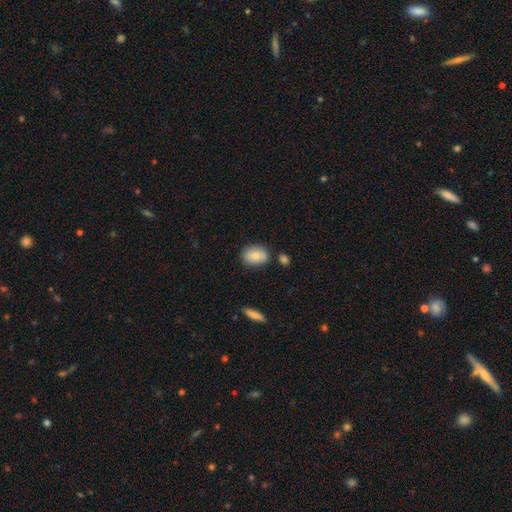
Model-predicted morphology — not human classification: The model was most divided on "how rounded": in between: 72%, round: 27%, cigar-shaped: 1%. More confident: merging — none (79%); smooth or featured — smooth (74%).